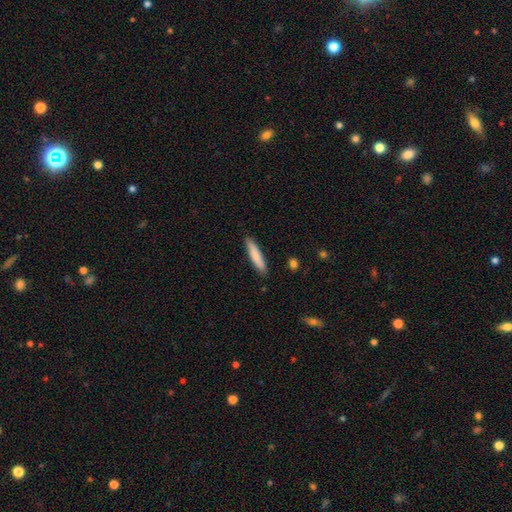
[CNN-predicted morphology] A smooth galaxy with no disk features (79%) that is cigar-shaped (86%).

Vote fractions:
- Smooth or featured? smooth: 79% / featured or disk: 15% / star or artifact: 6%
- How rounded? cigar-shaped: 86% / in between: 12% / round: 1%
- Merging? none: 88% / minor disturbance: 9% / major disturbance: 2% / merger: 1%